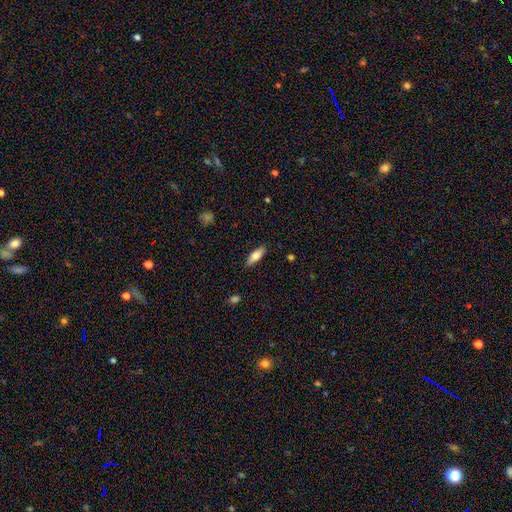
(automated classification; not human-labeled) Smooth or featured? Predicted: smooth (p=0.74). How rounded? Predicted: in between (p=0.66). Merging? Predicted: none (p=0.88).